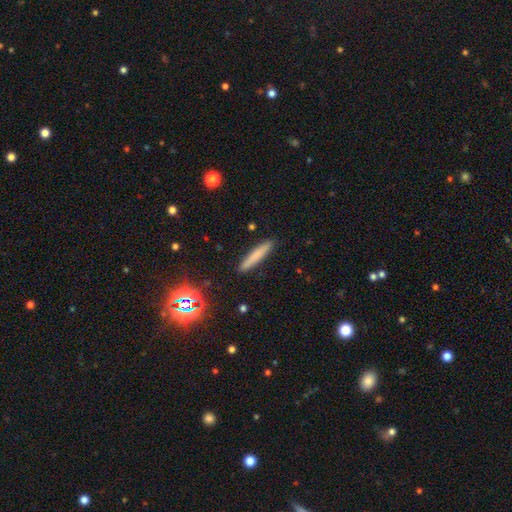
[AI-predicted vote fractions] This appears to be a smooth galaxy with no disk features (74%) that is cigar-shaped (93%). Merging: none (90%).